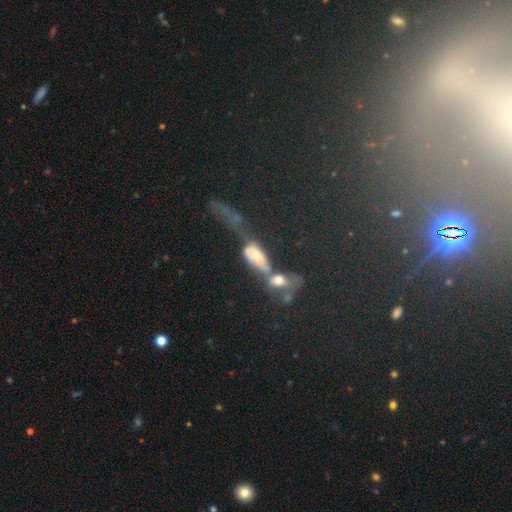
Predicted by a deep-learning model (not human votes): Smooth or featured?
  - smooth: 47% *
  - featured or disk: 37%
  - star or artifact: 16%
Merging?
  - merger: 59% *
  - major disturbance: 20%
  - none: 12%
  - minor disturbance: 9%